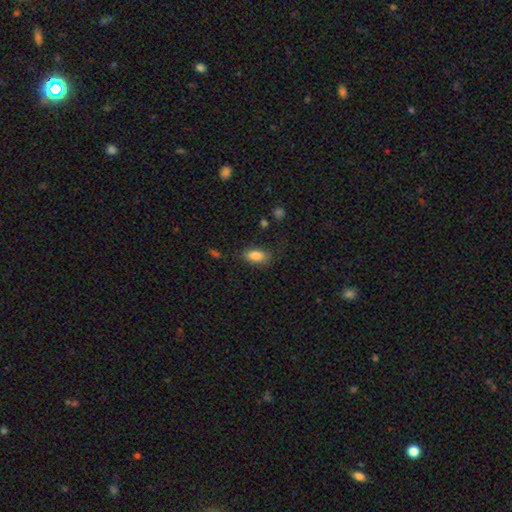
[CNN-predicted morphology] This is clearly a smooth galaxy (84%). How rounded: clearly in between (89%). Merging: likely none (79%).